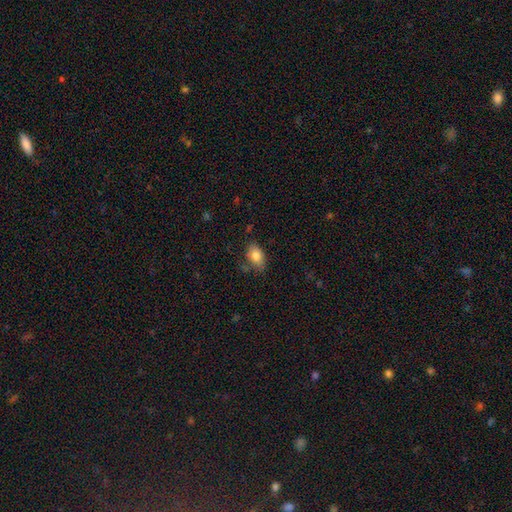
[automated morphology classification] smooth-or-featured: smooth: 81% | featured or disk: 10% | star or artifact: 8%
  how-rounded: in between: 85% | round: 13% | cigar-shaped: 2%
  merging: none: 71% | minor disturbance: 21% | major disturbance: 5% | merger: 3%